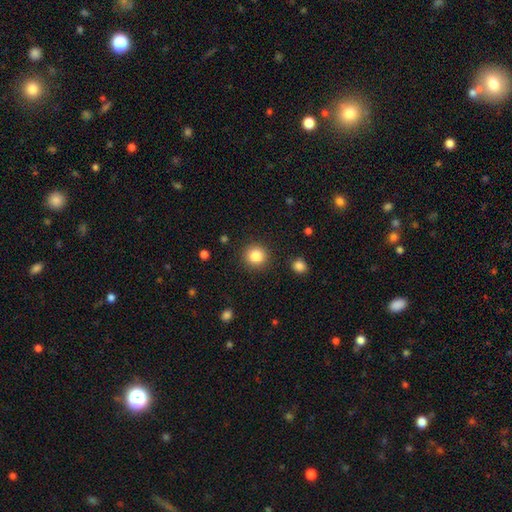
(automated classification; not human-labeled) This appears to be a smooth galaxy with no disk features (85%) that is round (92%). Merging: none (89%).